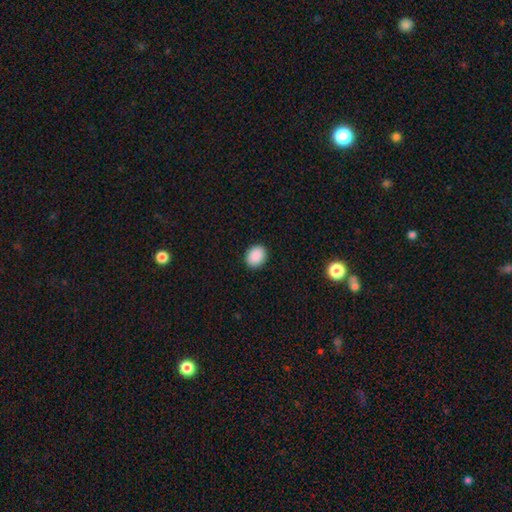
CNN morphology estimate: smooth 90%, star or artifact 8%, featured or disk 2%. Down the decision tree: how rounded — round (50%); merging — none (91%).